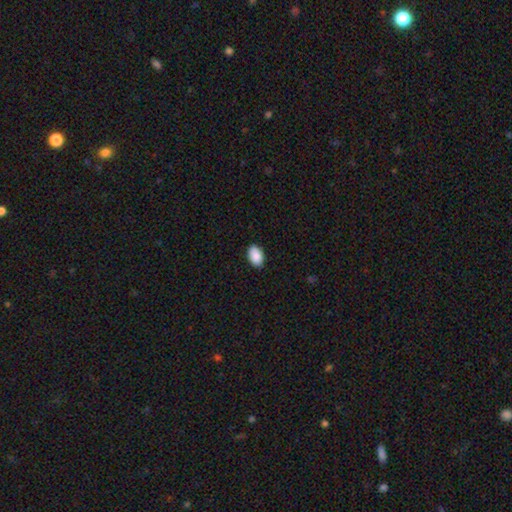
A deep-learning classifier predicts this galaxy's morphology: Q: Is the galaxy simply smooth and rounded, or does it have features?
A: smooth — 90%.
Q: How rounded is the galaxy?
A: in between — 91%.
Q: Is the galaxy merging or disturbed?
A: none — 87%.